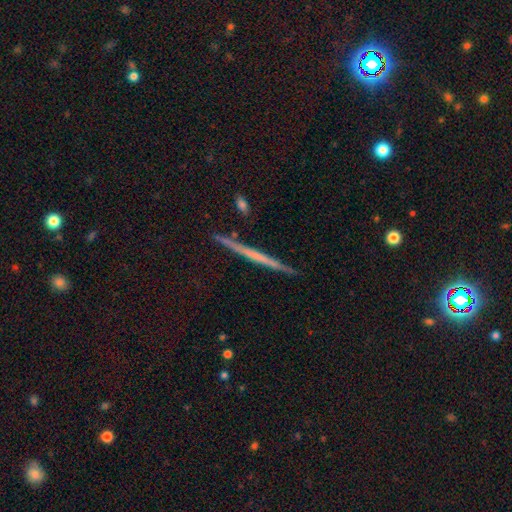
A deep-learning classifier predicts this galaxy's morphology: Smooth or featured: featured or disk — 60% (smooth — 33%)
Edge-on disk: yes — 98% (no — 2%)
Edge-on bulge: none — 88% (rounded — 8%)
Merging: none — 90% (minor disturbance — 7%)